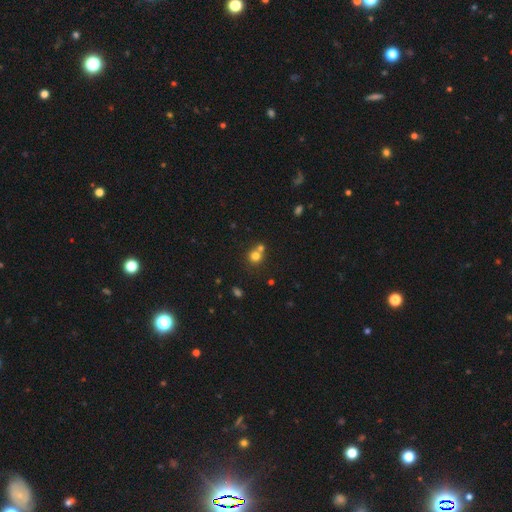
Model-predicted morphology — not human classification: smooth 75%, star or artifact 15%, featured or disk 10%. Down the decision tree: how rounded — round (86%); merging — none (50%).